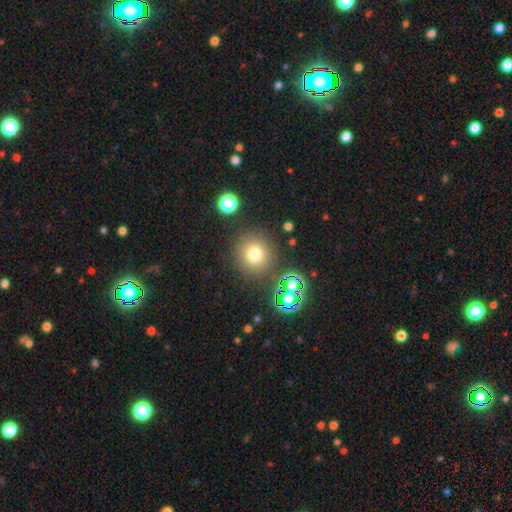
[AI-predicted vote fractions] A smooth galaxy with no disk features (61%) that is round (93%).

Vote fractions:
- Smooth or featured? smooth: 61% / star or artifact: 31% / featured or disk: 8%
- How rounded? round: 93% / in between: 6% / cigar-shaped: 1%
- Merging? none: 87% / minor disturbance: 6% / merger: 4% / major disturbance: 3%